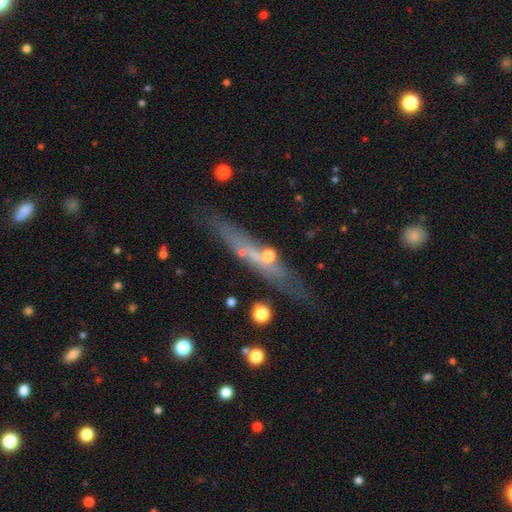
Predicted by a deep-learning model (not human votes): A featured or disk galaxy (57%) viewed edge-on (79%).

Vote fractions:
- Smooth or featured? featured or disk: 57% / smooth: 32% / star or artifact: 11%
- Edge-on disk? yes: 79% / no: 21%
- Merging? none: 76% / minor disturbance: 14% / merger: 6% / major disturbance: 4%